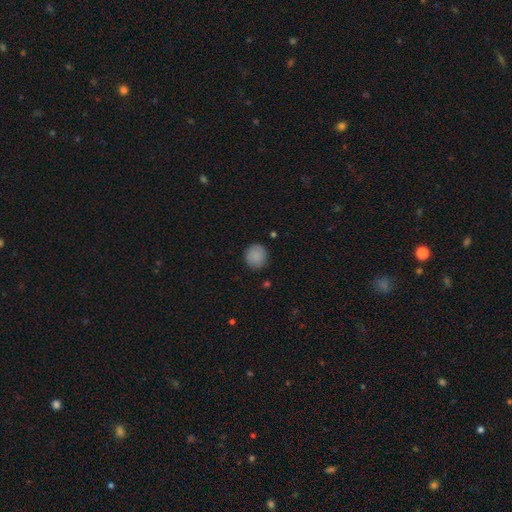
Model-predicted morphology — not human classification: The model was most divided on "merging": none: 87%, minor disturbance: 10%, major disturbance: 2%, merger: 1%. More confident: how rounded — round (89%); smooth or featured — smooth (87%).